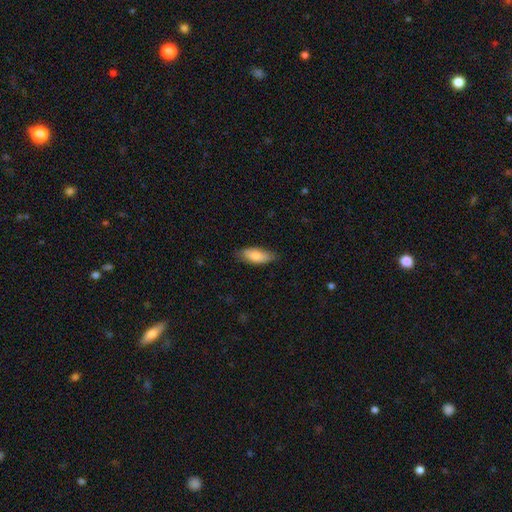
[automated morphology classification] smooth-or-featured: smooth: 77% | featured or disk: 17% | star or artifact: 6%
  how-rounded: in between: 79% | cigar-shaped: 18% | round: 2%
  merging: none: 79% | minor disturbance: 18% | major disturbance: 3% | merger: 1%